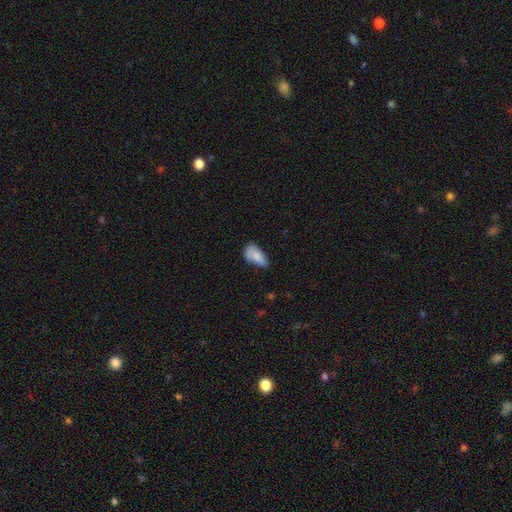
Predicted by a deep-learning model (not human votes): smooth_or_featured: smooth (p=0.80) [alt: featured or disk p=0.12]
how_rounded: in between (p=0.92) [alt: round p=0.04]
merging: minor disturbance (p=0.42) [alt: none p=0.40]